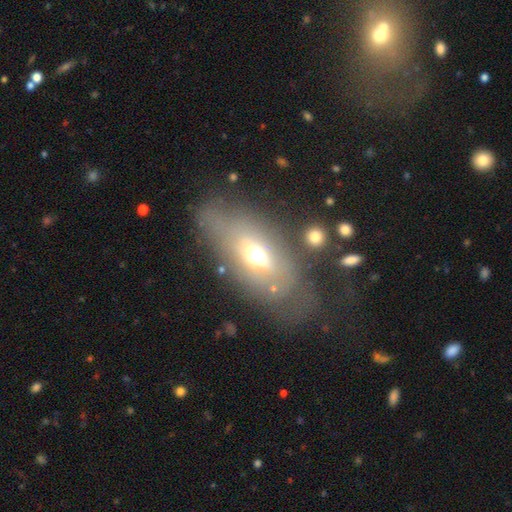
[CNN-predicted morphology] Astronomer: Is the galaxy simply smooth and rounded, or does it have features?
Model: smooth — 49% (runner-up: featured or disk, 39%).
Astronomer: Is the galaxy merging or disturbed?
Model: none — 53%.